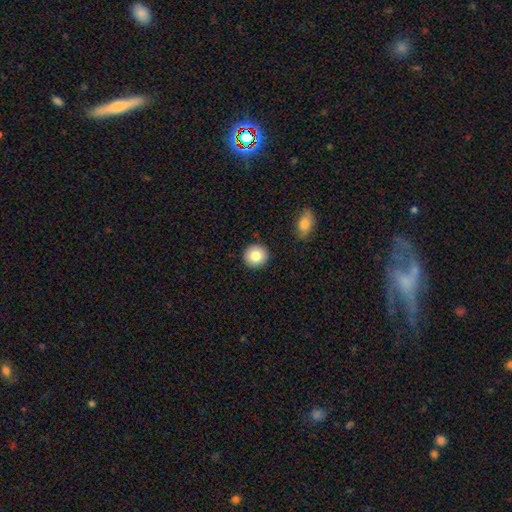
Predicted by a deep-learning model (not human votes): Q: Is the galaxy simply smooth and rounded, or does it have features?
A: smooth — 83%.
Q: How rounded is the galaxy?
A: round — 94%.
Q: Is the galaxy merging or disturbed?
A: none — 91%.